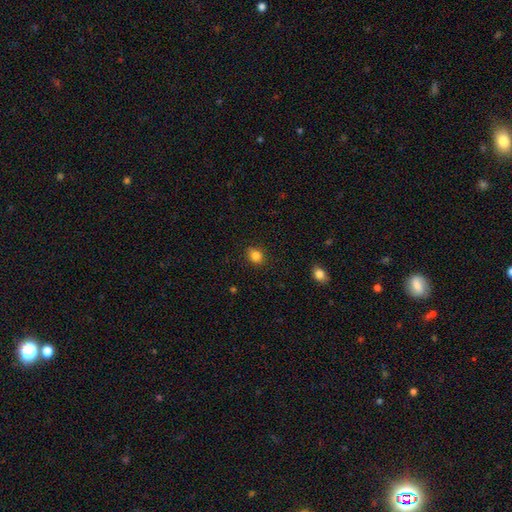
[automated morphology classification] A smooth galaxy with no disk features (84%) that is round (58%). Merging: none (85%).